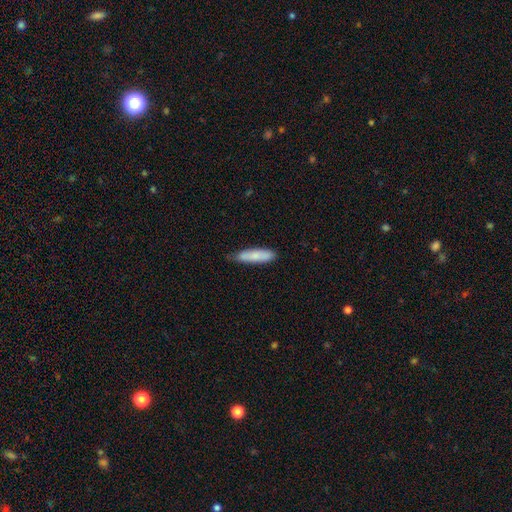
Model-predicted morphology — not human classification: Smooth or featured? Predicted: smooth (p=0.77). How rounded? Predicted: cigar-shaped (p=0.68). Merging? Predicted: none (p=0.70).